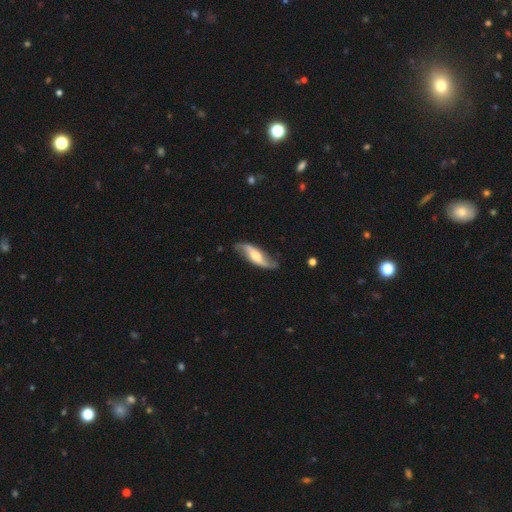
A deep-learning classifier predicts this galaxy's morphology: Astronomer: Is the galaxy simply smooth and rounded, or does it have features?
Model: featured or disk — 81%.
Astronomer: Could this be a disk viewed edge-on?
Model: no — 86%.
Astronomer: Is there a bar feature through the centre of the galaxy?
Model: weak — 40% (runner-up: no, 34%).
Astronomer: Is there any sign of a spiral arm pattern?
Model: yes — 95%.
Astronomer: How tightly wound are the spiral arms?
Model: loose — 76%.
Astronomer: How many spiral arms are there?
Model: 2 — 92%.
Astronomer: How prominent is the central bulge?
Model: moderate — 52%.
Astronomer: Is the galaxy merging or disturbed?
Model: none — 77%.